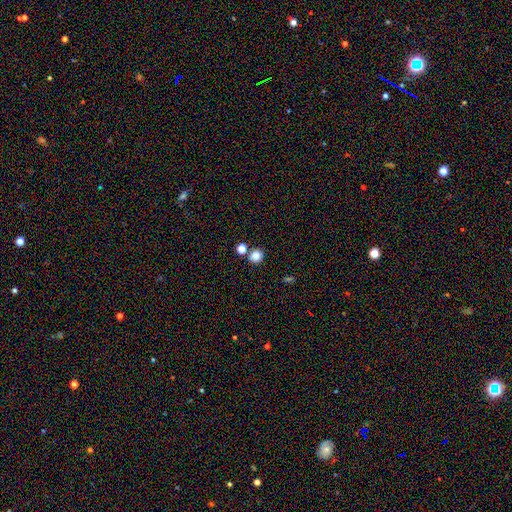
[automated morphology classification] smooth_or_featured: smooth (p=0.82) [alt: star or artifact p=0.12]
how_rounded: round (p=0.89) [alt: in between p=0.10]
merging: none (p=0.78) [alt: merger p=0.13]